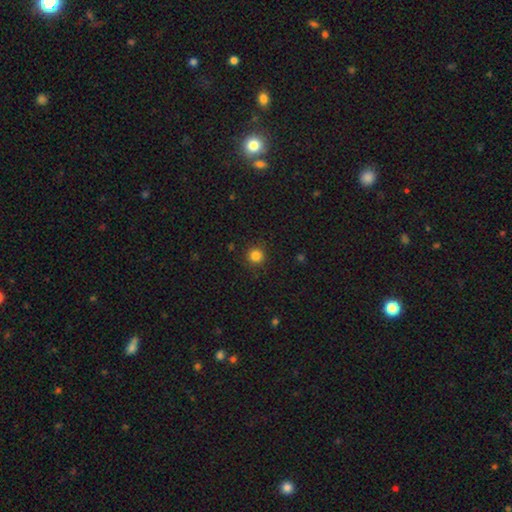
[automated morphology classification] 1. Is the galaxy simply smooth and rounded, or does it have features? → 84% smooth, 12% star or artifact, 4% featured or disk.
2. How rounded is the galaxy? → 94% round, 5% in between, 1% cigar-shaped.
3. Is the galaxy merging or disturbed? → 90% none, 7% minor disturbance, 2% major disturbance, 1% merger.